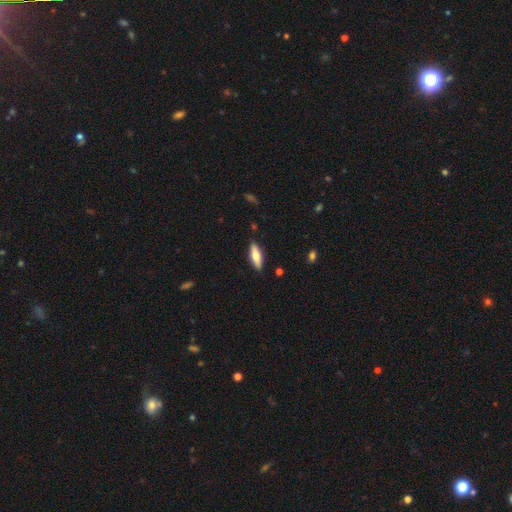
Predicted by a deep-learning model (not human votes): Smooth or featured? Predicted: smooth (p=0.60). How rounded? Predicted: in between (p=0.51). Merging? Predicted: none (p=0.88).